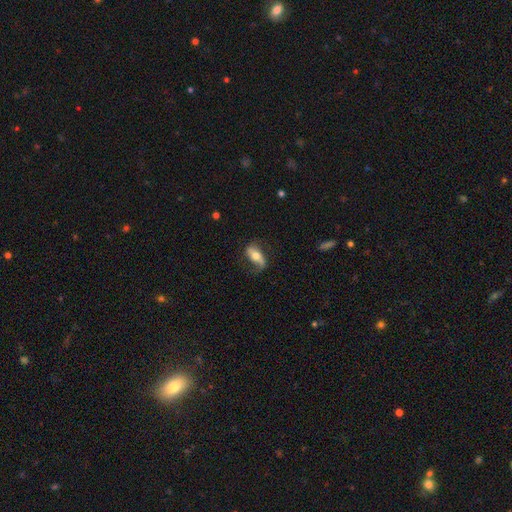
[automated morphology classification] smooth_or_featured: featured or disk (p=0.49) [alt: smooth p=0.44]
merging: none (p=0.62) [alt: minor disturbance p=0.24]